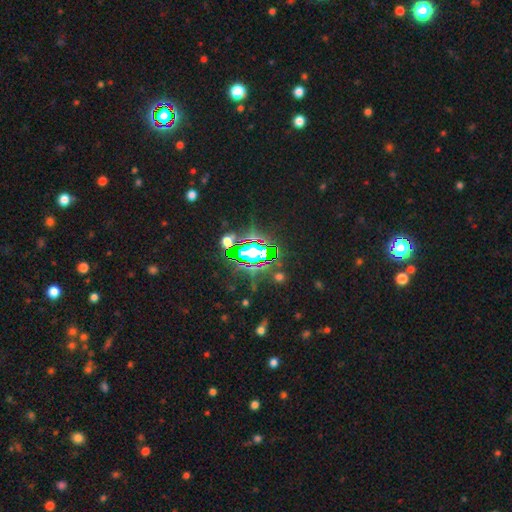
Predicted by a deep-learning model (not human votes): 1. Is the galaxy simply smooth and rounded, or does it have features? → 73% star or artifact, 14% smooth, 13% featured or disk.